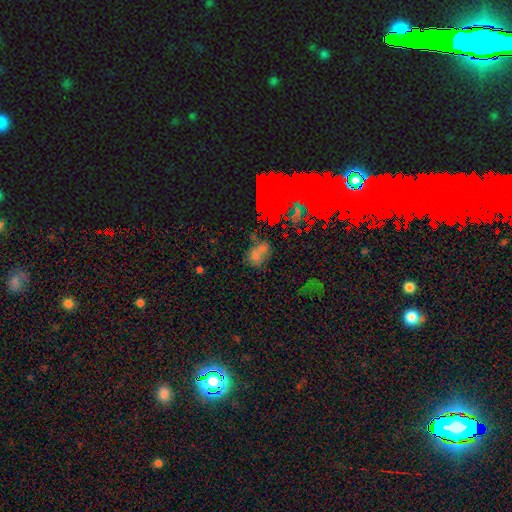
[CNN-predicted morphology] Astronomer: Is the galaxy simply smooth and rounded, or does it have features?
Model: smooth — 48% (runner-up: star or artifact, 31%).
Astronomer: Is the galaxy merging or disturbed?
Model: none — 50%.